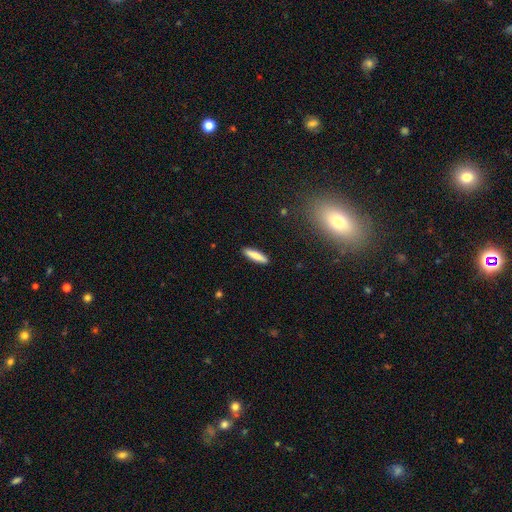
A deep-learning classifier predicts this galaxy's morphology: Overall: smooth (82%). How rounded: cigar-shaped (77%). Merging: none (90%).